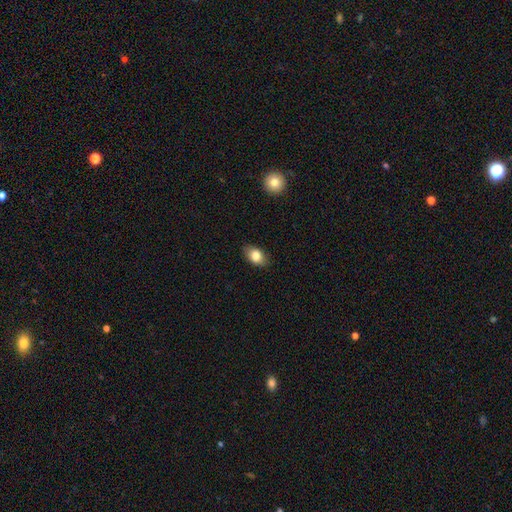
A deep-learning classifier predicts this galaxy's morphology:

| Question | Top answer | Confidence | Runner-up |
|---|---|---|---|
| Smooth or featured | smooth | 82% | featured or disk (10%) |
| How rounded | in between | 86% | round (13%) |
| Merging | none | 86% | minor disturbance (11%) |